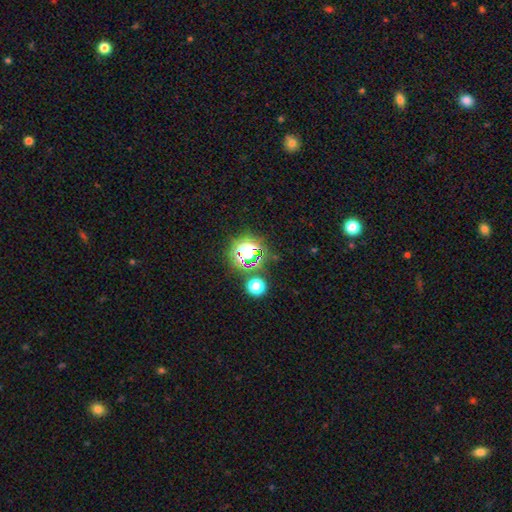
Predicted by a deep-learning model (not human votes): Q: Smooth or featured?
A: star or artifact (73%); runner-up: smooth (20%)